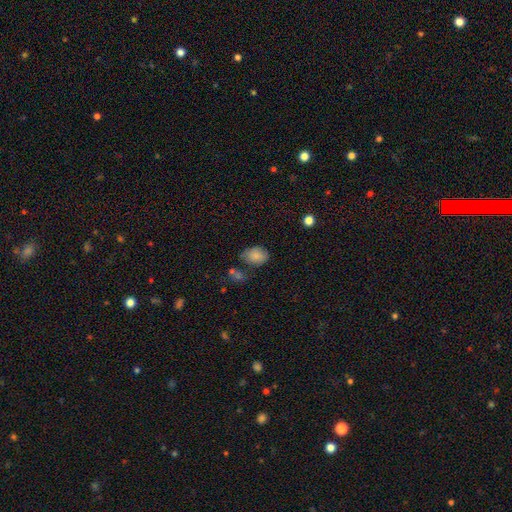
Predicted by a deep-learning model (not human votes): Smooth or featured? smooth (82%)
How rounded? in between (76%)
Merging? none (56%)